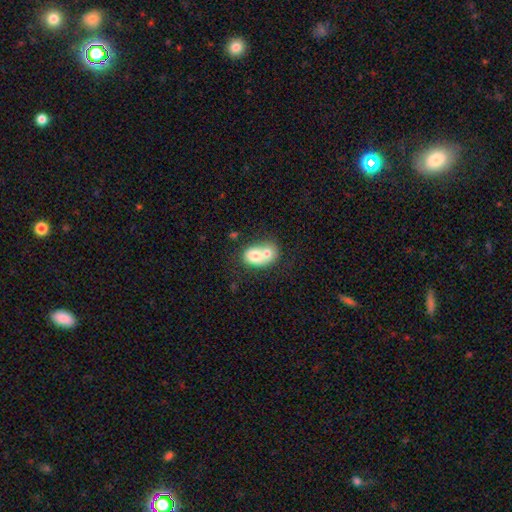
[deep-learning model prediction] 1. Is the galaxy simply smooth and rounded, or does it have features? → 68% smooth, 24% featured or disk, 8% star or artifact.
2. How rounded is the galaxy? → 62% in between, 37% round, 1% cigar-shaped.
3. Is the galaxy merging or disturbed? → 72% merger, 17% none, 7% minor disturbance, 4% major disturbance.